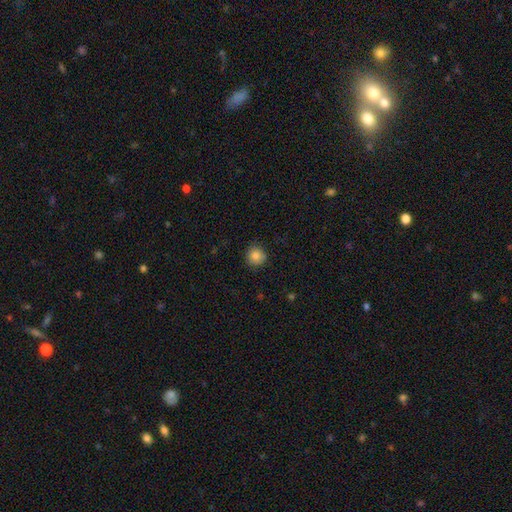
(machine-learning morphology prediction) Smooth or featured? Predicted: smooth (p=0.84). How rounded? Predicted: round (p=0.92). Merging? Predicted: none (p=0.87).